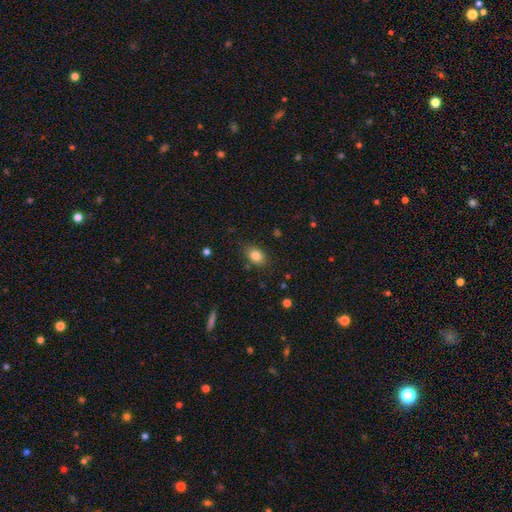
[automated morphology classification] A smooth galaxy with no disk features (83%) that is in between round and cigar-shaped (77%). Merging: none (83%).